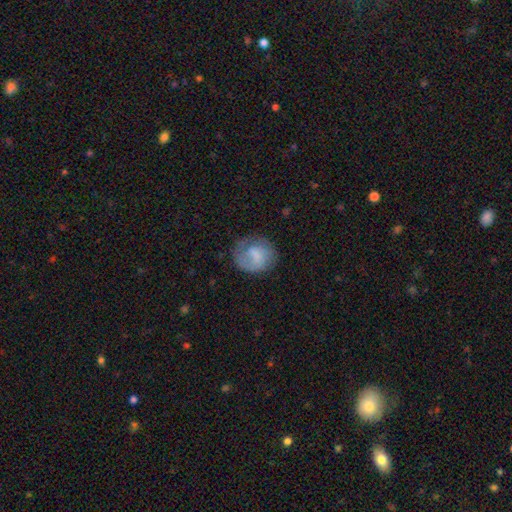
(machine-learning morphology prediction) Smooth or featured? smooth (59%)
How rounded? round (76%)
Merging? none (59%)